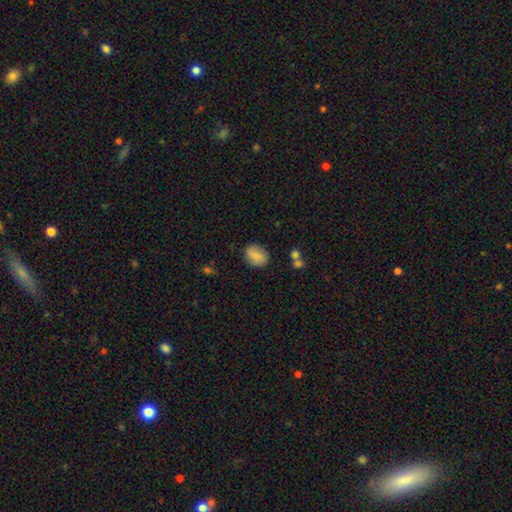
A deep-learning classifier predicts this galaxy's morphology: The model was most divided on "how rounded": in between: 68%, round: 31%, cigar-shaped: 1%. More confident: merging — none (83%); smooth or featured — smooth (82%).